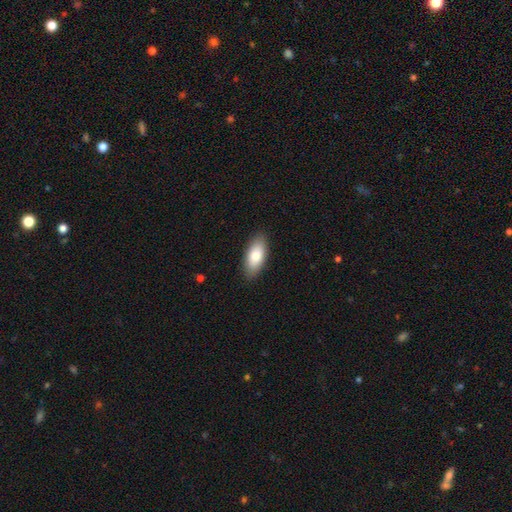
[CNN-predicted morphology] The model was most divided on "smooth or featured": smooth: 79%, featured or disk: 15%, star or artifact: 6%. More confident: merging — none (89%); how rounded — in between (86%).